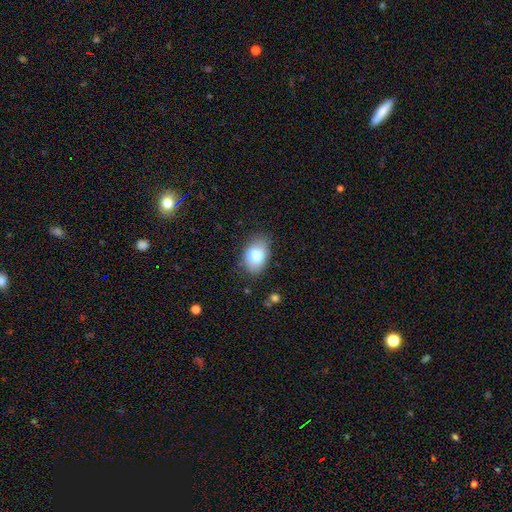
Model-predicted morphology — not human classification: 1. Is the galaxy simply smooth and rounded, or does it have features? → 77% smooth, 15% featured or disk, 8% star or artifact.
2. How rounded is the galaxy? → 83% in between, 15% round, 1% cigar-shaped.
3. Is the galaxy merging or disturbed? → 81% none, 15% minor disturbance, 3% major disturbance, 1% merger.